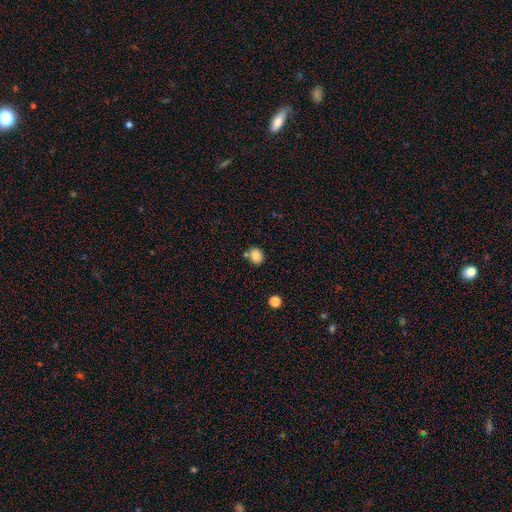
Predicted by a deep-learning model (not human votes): The model was most divided on "how rounded": round: 68%, in between: 31%, cigar-shaped: 1%. More confident: smooth or featured — smooth (84%); merging — none (75%).